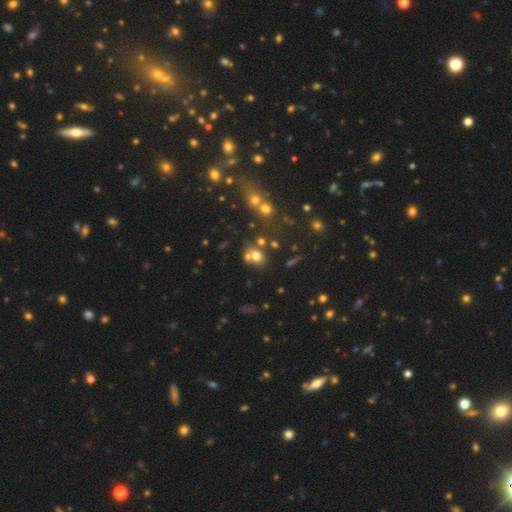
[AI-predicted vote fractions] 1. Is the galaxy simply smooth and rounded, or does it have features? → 66% smooth, 18% star or artifact, 16% featured or disk.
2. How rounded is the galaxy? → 53% round, 45% in between, 1% cigar-shaped.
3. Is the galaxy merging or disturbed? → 47% none, 35% merger, 12% minor disturbance, 6% major disturbance.